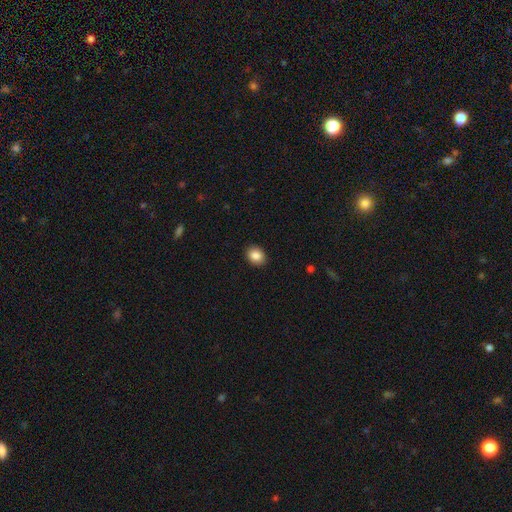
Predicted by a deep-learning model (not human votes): This is clearly a smooth galaxy (87%). How rounded: possibly in between (50%). Merging: clearly none (91%).